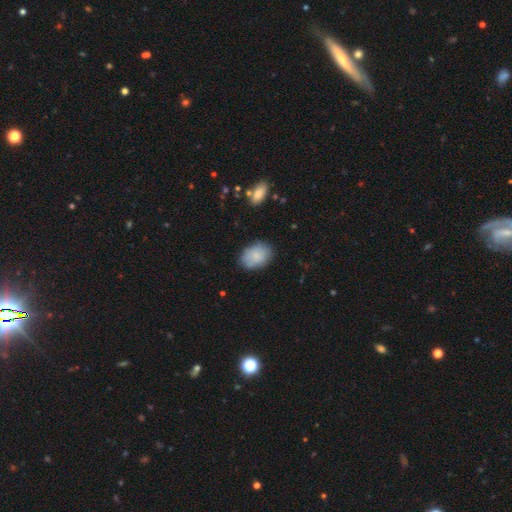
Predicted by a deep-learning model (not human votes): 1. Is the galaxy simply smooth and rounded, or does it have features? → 81% smooth, 12% featured or disk, 7% star or artifact.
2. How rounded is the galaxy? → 78% in between, 21% round, 1% cigar-shaped.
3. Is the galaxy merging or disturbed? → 76% none, 18% minor disturbance, 4% major disturbance, 2% merger.